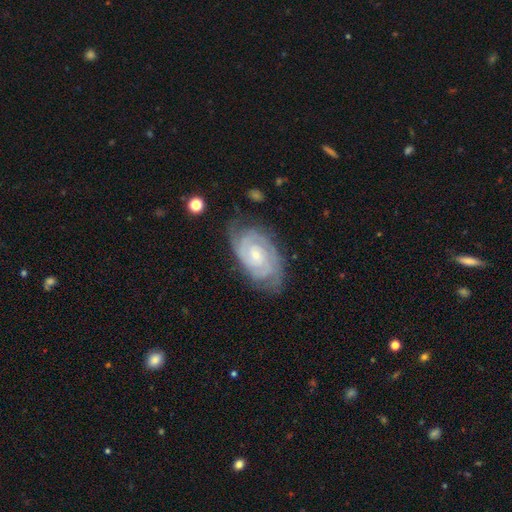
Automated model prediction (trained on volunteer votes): Q: Smooth or featured?
A: featured or disk (87%); runner-up: smooth (8%)
Q: Edge-on disk?
A: no (96%); runner-up: yes (4%)
Q: Bar?
A: no (64%); runner-up: weak (30%)
Q: Spiral arms?
A: yes (97%); runner-up: no (3%)
Q: Spiral winding?
A: tight (75%); runner-up: medium (21%)
Q: Spiral arm count?
A: 2 (42%); runner-up: can't tell (21%)
Q: Bulge size?
A: small (68%); runner-up: moderate (27%)
Q: Merging?
A: none (72%); runner-up: minor disturbance (20%)